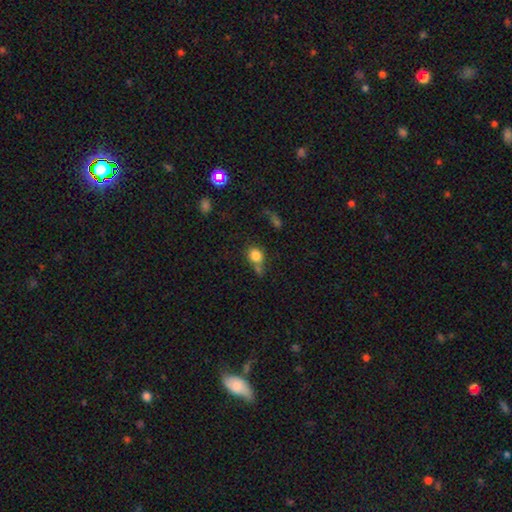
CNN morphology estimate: Smooth or featured: smooth — 80% (star or artifact — 11%)
How rounded: round — 70% (in between — 29%)
Merging: none — 47% (merger — 26%)